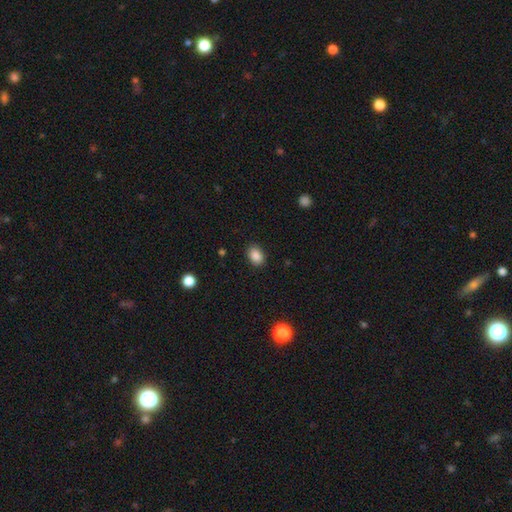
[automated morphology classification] This appears to be a smooth galaxy with no disk features (87%) that is in between round and cigar-shaped (73%). Merging: none (88%).